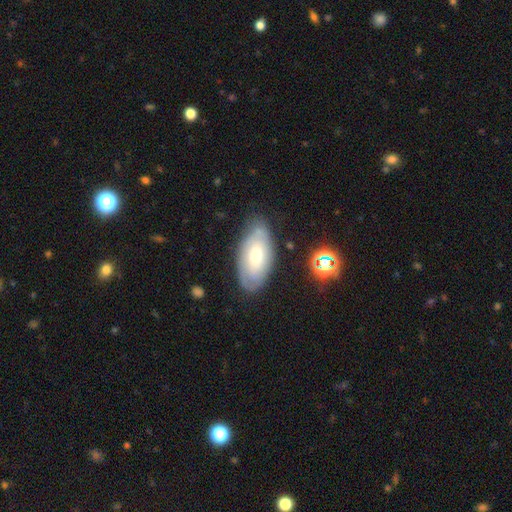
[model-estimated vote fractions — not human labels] A smooth galaxy with no disk features (48%).

Vote fractions:
- Smooth or featured? smooth: 48% / featured or disk: 45% / star or artifact: 8%
- Merging? none: 71% / minor disturbance: 21% / major disturbance: 5% / merger: 3%